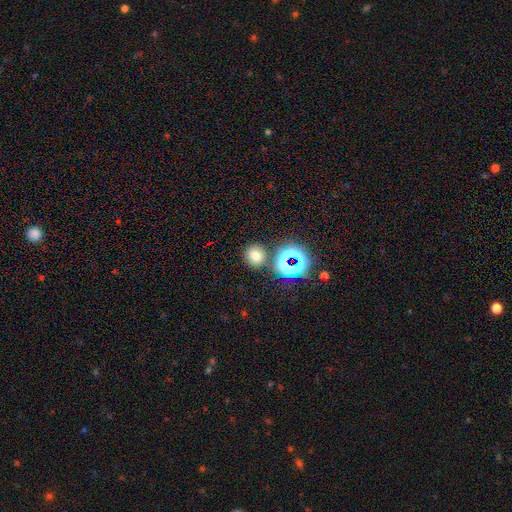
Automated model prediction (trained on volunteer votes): smooth 69%, star or artifact 24%, featured or disk 8%. Down the decision tree: how rounded — round (86%); merging — none (80%).